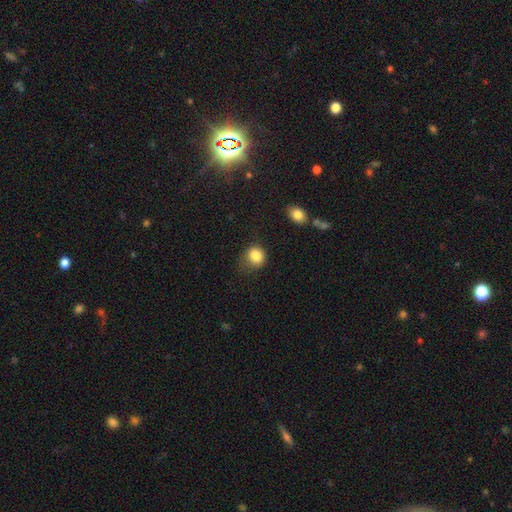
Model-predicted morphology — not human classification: Overall: smooth (84%). How rounded: round (68%; in between 31%). Merging: none (54%; minor disturbance 31%).